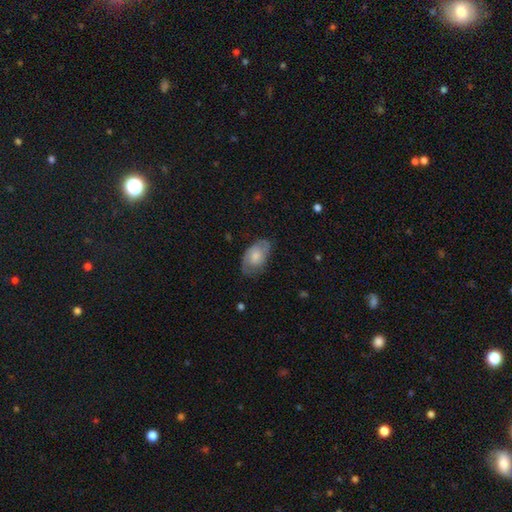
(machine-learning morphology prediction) Q: Smooth or featured?
A: smooth (51%); runner-up: featured or disk (43%)
Q: How rounded?
A: in between (91%); runner-up: round (7%)
Q: Merging?
A: none (67%); runner-up: minor disturbance (25%)